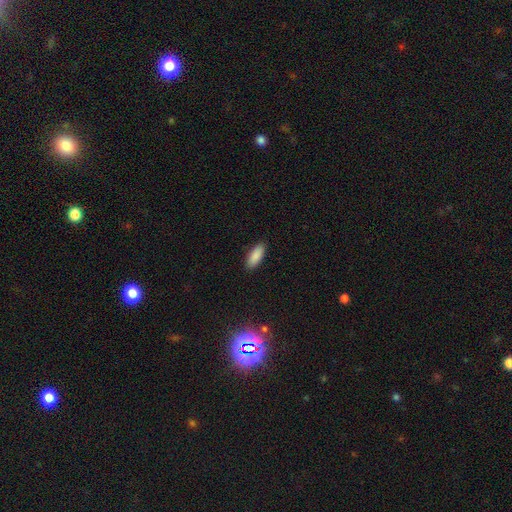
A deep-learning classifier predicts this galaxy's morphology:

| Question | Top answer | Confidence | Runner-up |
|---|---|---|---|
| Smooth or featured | smooth | 88% | star or artifact (7%) |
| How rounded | in between | 79% | cigar-shaped (20%) |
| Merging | none | 89% | minor disturbance (8%) |